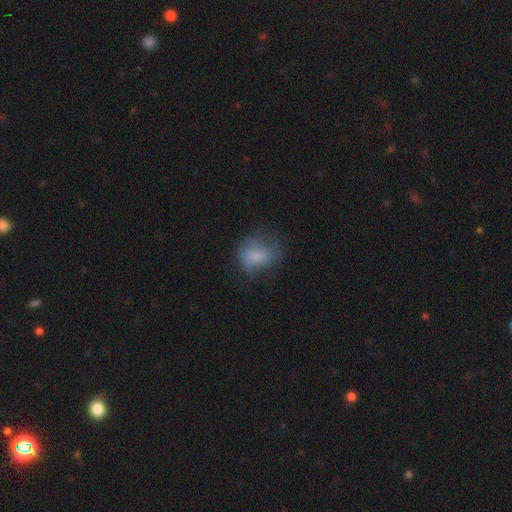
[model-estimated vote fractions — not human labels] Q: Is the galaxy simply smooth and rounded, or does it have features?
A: smooth — 66%.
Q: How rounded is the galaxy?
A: in between — 57%.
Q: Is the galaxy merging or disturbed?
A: none — 49%.